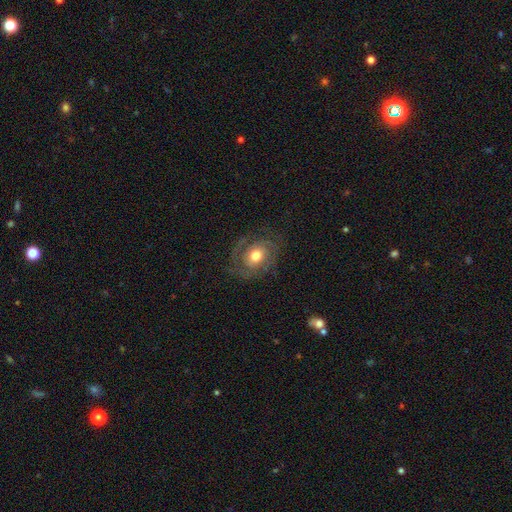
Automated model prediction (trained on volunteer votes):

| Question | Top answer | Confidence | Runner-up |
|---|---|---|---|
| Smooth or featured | featured or disk | 69% | smooth (23%) |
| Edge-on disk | no | 96% | yes (4%) |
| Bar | no | 75% | weak (20%) |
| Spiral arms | yes | 85% | no (15%) |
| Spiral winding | tight | 50% | medium (37%) |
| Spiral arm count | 2 | 52% | can't tell (23%) |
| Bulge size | moderate | 70% | large (20%) |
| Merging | none | 71% | minor disturbance (17%) |